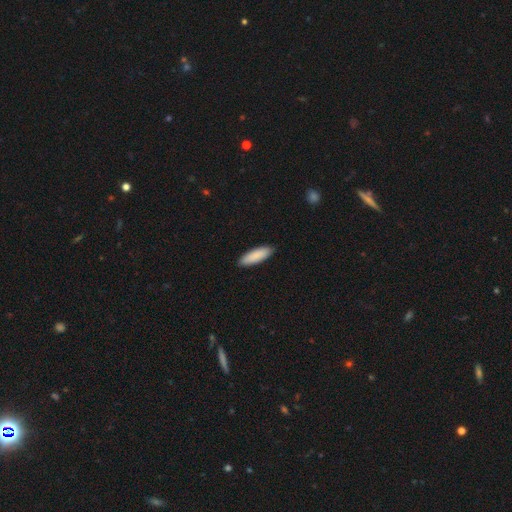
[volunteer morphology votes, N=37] A smooth galaxy with no disk features (84%) that is in between round and cigar-shaped (58%).

Vote fractions:
- Smooth or featured? smooth: 84% / featured or disk: 14% / star or artifact: 3%
- How rounded? in between: 58% / cigar-shaped: 42% / round: 0%
- Merging? none: 92% / minor disturbance: 6% / merger: 3% / major disturbance: 0%